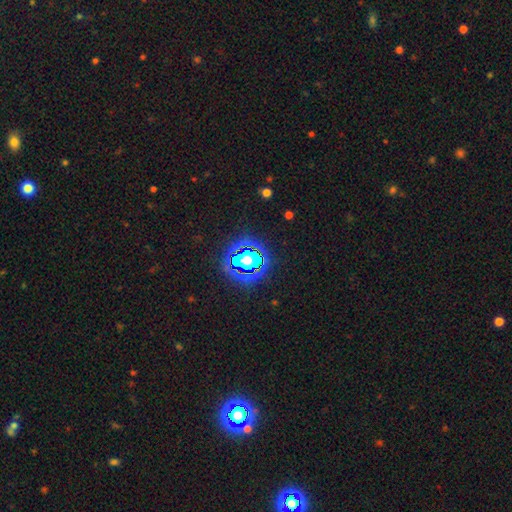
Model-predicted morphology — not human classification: Q: Smooth or featured?
A: star or artifact (83%); runner-up: smooth (11%)